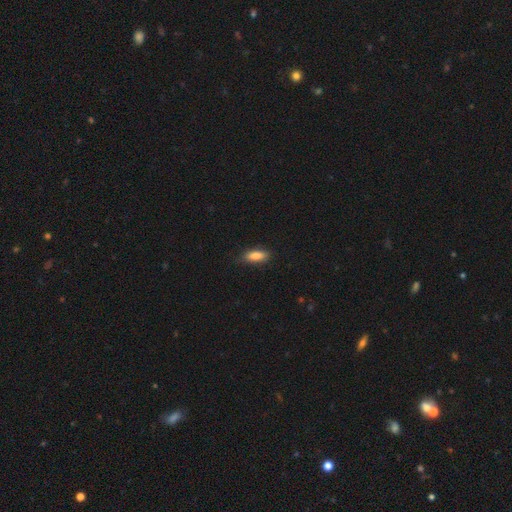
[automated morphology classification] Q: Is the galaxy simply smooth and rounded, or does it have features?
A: smooth — 84%.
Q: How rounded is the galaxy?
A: in between — 70%.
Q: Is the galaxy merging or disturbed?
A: none — 82%.